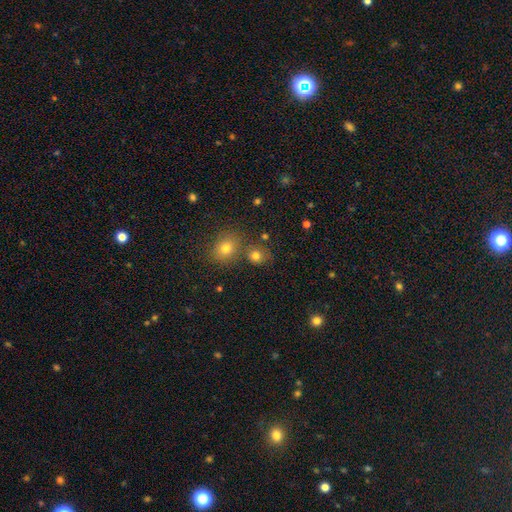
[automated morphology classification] type=smooth (77%); roundness=round (78%); merging=none (67%).